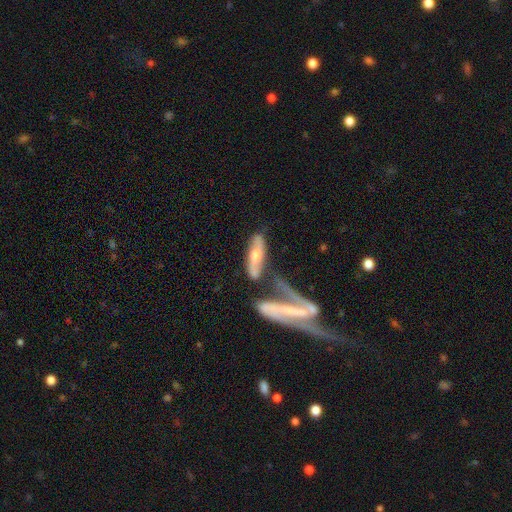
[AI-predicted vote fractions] smooth_or_featured: featured or disk (p=0.62) [alt: smooth p=0.32]
disk_edge_on: no (p=0.60) [alt: yes p=0.40]
merging: none (p=0.41) [alt: merger p=0.35]